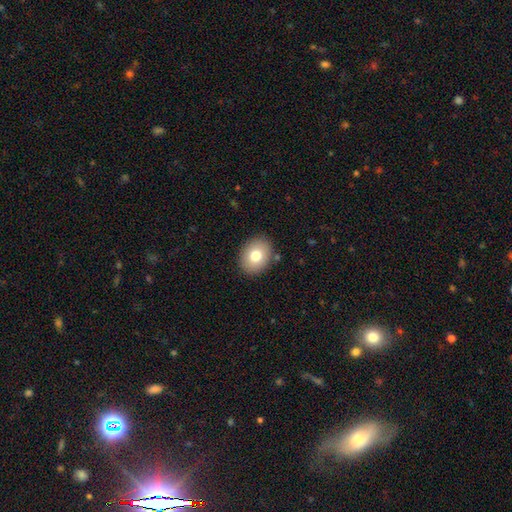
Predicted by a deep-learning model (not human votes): Overall: smooth (77%). How rounded: in between (52%; round 47%). Merging: none (88%).